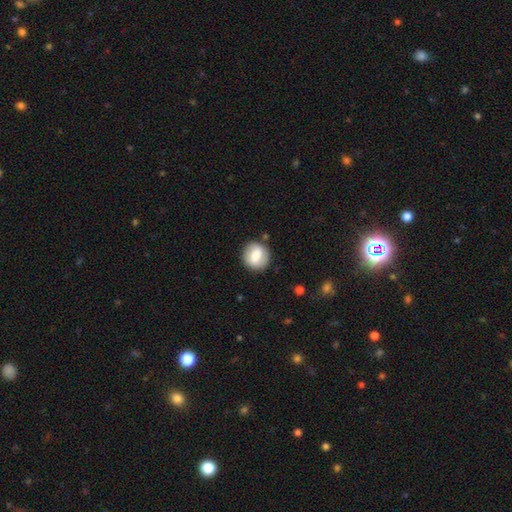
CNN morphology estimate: Smooth or featured? Predicted: smooth (p=0.70). How rounded? Predicted: round (p=0.82). Merging? Predicted: none (p=0.84).